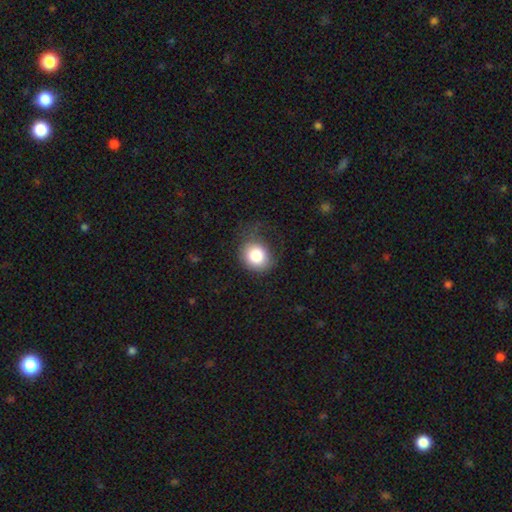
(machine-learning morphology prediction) Smooth or featured? Predicted: smooth (p=0.83). How rounded? Predicted: round (p=0.78). Merging? Predicted: none (p=0.62).